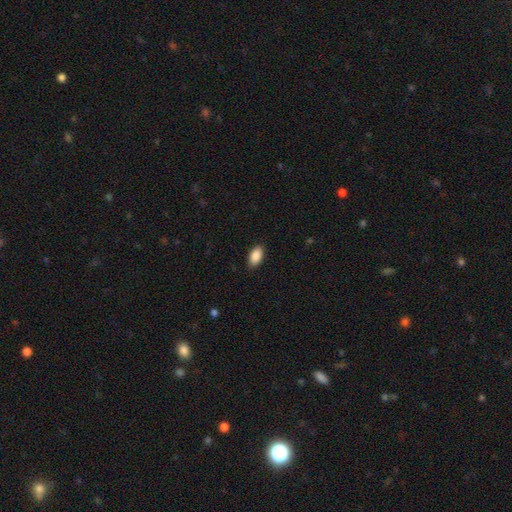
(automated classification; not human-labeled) Smooth or featured?
  - smooth: 89% *
  - star or artifact: 7%
  - featured or disk: 4%
How rounded?
  - in between: 94% *
  - round: 4%
  - cigar-shaped: 3%
Merging?
  - none: 86% *
  - minor disturbance: 11%
  - major disturbance: 2%
  - merger: 1%